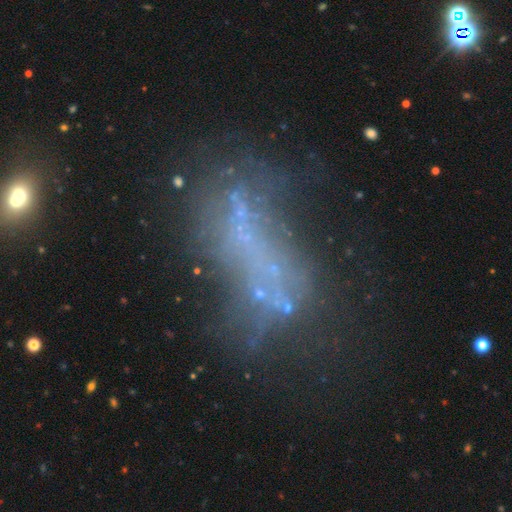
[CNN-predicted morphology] Smooth or featured?
  - featured or disk: 47% *
  - star or artifact: 27%
  - smooth: 26%
Merging?
  - none: 40% *
  - major disturbance: 30%
  - minor disturbance: 19%
  - merger: 11%